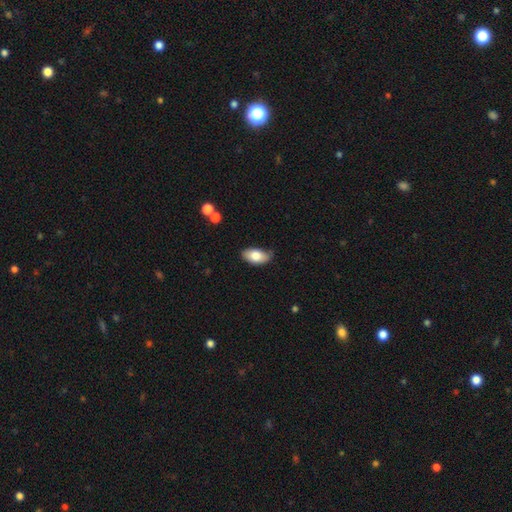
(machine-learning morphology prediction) A smooth galaxy with no disk features (80%) that is in between round and cigar-shaped (94%). Merging: none (71%).